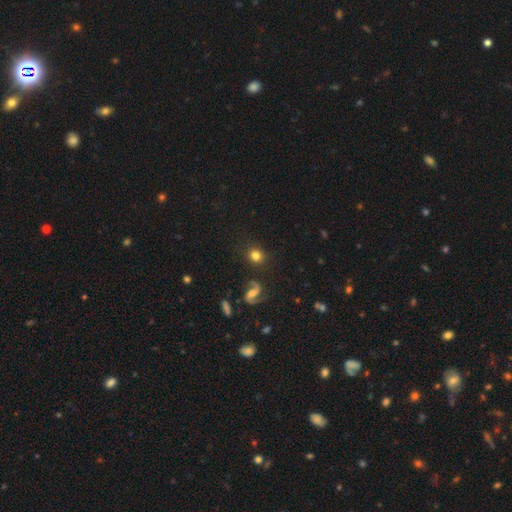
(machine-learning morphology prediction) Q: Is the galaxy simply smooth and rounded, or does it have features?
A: smooth — 74%.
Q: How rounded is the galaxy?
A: round — 88%.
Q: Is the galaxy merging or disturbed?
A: none — 85%.